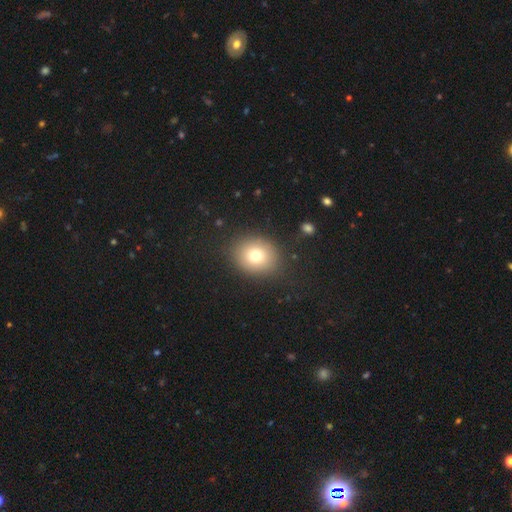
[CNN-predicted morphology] smooth_or_featured: smooth (p=0.75) [alt: star or artifact p=0.13]
how_rounded: round (p=0.65) [alt: in between p=0.34]
merging: none (p=0.87) [alt: minor disturbance p=0.08]